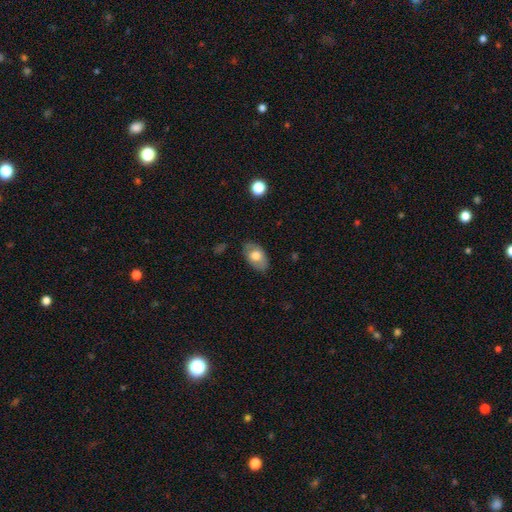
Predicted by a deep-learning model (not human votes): Smooth or featured?
  - smooth: 69% *
  - featured or disk: 24%
  - star or artifact: 7%
How rounded?
  - in between: 90% *
  - round: 9%
  - cigar-shaped: 1%
Merging?
  - none: 77% *
  - minor disturbance: 18%
  - major disturbance: 4%
  - merger: 1%